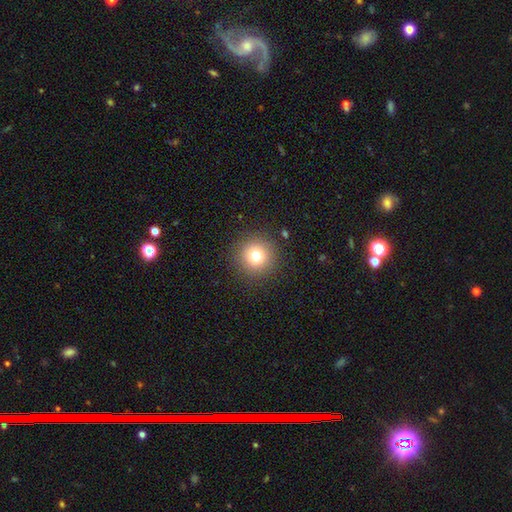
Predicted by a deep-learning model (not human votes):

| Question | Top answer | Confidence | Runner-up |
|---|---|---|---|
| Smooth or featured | smooth | 76% | star or artifact (14%) |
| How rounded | round | 96% | in between (3%) |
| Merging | none | 90% | minor disturbance (6%) |